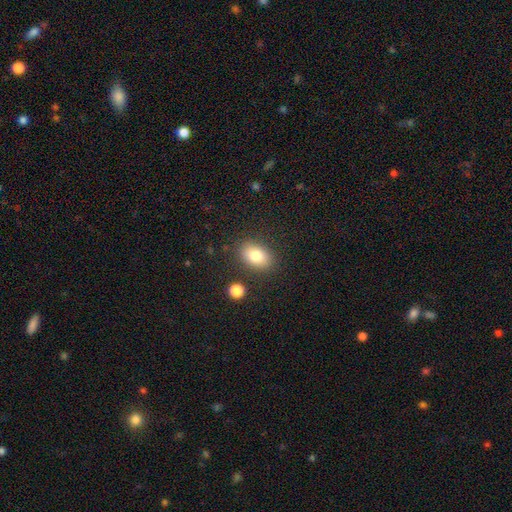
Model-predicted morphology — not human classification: smooth_or_featured: smooth (p=0.81) [alt: featured or disk p=0.10]
how_rounded: in between (p=0.83) [alt: round p=0.15]
merging: none (p=0.84) [alt: minor disturbance p=0.10]